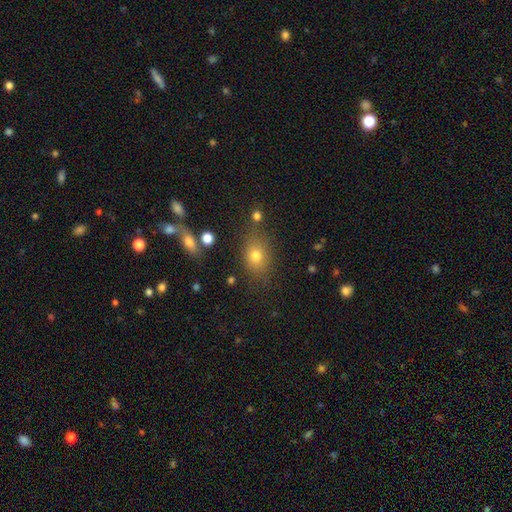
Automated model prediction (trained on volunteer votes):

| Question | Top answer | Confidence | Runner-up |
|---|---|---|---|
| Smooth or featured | smooth | 75% | star or artifact (14%) |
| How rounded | in between | 62% | round (36%) |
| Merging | none | 76% | minor disturbance (13%) |